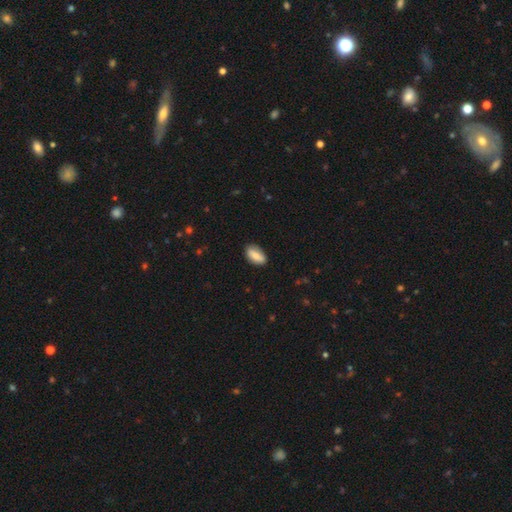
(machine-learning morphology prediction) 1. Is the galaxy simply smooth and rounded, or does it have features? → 74% smooth, 19% featured or disk, 6% star or artifact.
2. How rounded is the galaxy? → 91% in between, 5% cigar-shaped, 4% round.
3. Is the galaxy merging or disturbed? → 84% none, 12% minor disturbance, 2% major disturbance, 1% merger.